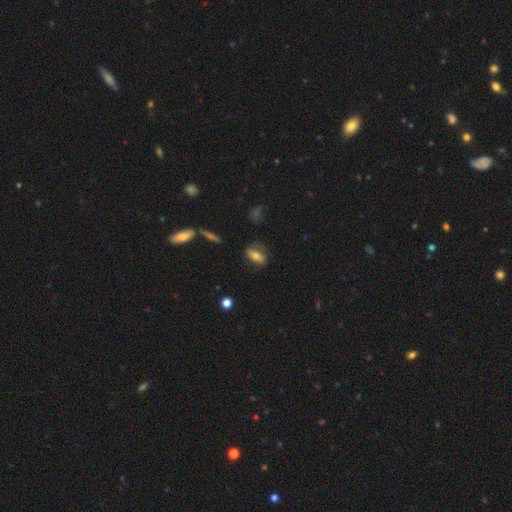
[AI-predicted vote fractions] Q: Smooth or featured?
A: smooth (65%); runner-up: featured or disk (26%)
Q: How rounded?
A: in between (79%); runner-up: cigar-shaped (14%)
Q: Merging?
A: none (72%); runner-up: minor disturbance (19%)